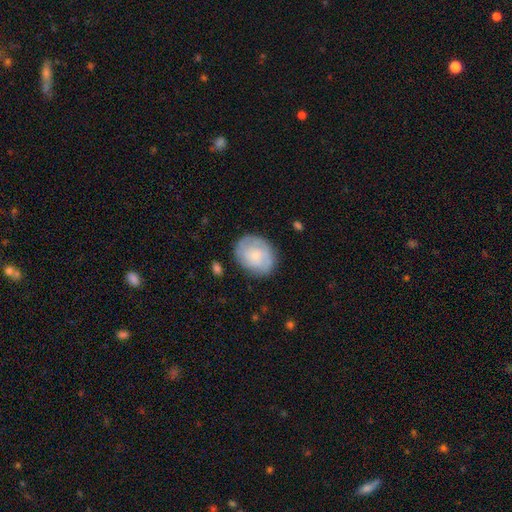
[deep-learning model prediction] Morphology: type=smooth (54%); roundness=round (51%); merging=none (75%).